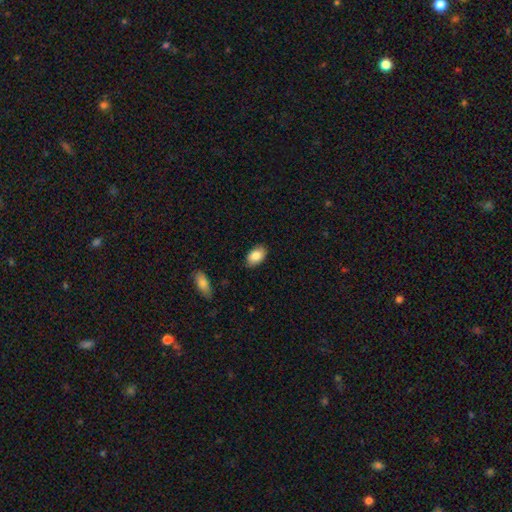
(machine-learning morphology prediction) Smooth or featured: smooth — 87% (star or artifact — 7%)
How rounded: in between — 90% (round — 9%)
Merging: none — 86% (minor disturbance — 10%)